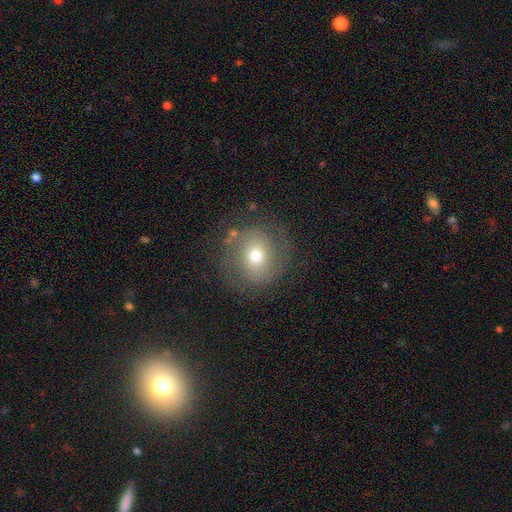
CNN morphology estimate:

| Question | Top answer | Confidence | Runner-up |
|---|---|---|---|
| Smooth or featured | smooth | 54% | featured or disk (34%) |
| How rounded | round | 85% | in between (14%) |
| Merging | none | 76% | minor disturbance (14%) |